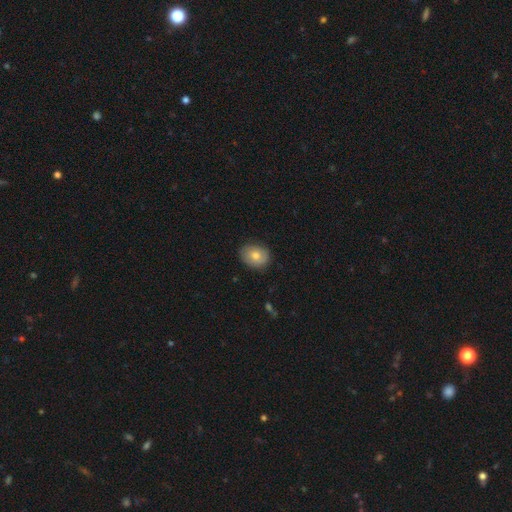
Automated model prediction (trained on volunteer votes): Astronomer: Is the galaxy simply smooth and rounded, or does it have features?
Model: smooth — 70%.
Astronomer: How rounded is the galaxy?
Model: in between — 50% (runner-up: round, 49%).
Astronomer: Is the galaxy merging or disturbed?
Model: none — 82%.